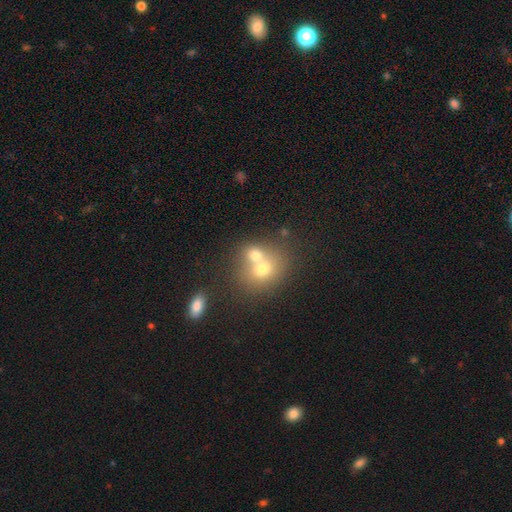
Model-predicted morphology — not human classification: Q: Smooth or featured?
A: smooth (67%); runner-up: featured or disk (20%)
Q: How rounded?
A: round (68%); runner-up: in between (31%)
Q: Merging?
A: merger (62%); runner-up: none (29%)